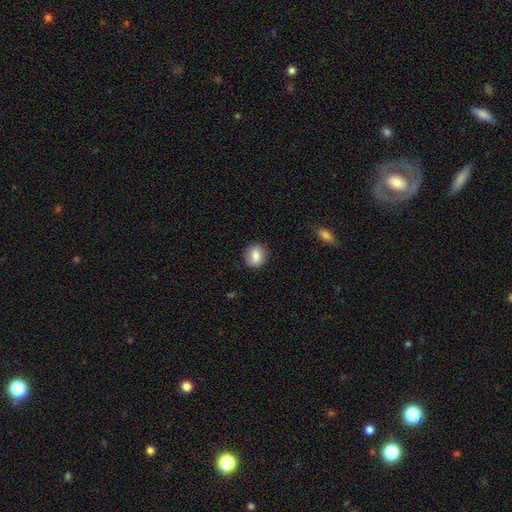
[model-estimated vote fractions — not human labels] Q: Smooth or featured?
A: smooth (80%); runner-up: featured or disk (12%)
Q: How rounded?
A: round (74%); runner-up: in between (25%)
Q: Merging?
A: none (88%); runner-up: minor disturbance (8%)